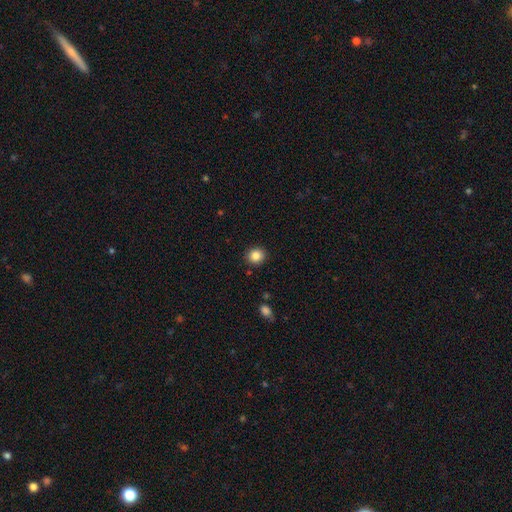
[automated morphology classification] The model was most divided on "how rounded": round: 87%, in between: 12%, cigar-shaped: 1%. More confident: merging — none (91%); smooth or featured — smooth (85%).